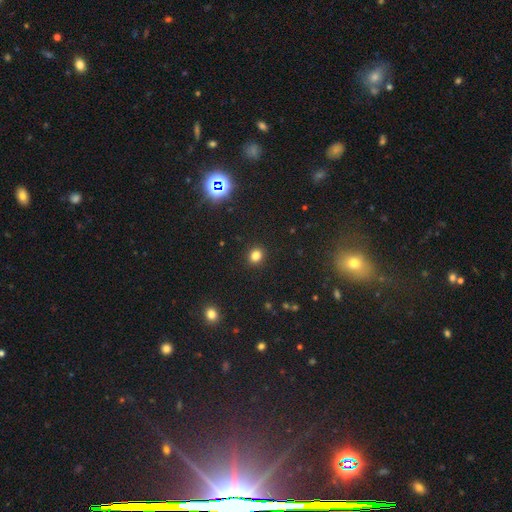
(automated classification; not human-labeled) Smooth or featured? Predicted: smooth (p=0.80). How rounded? Predicted: round (p=0.73). Merging? Predicted: none (p=0.91).